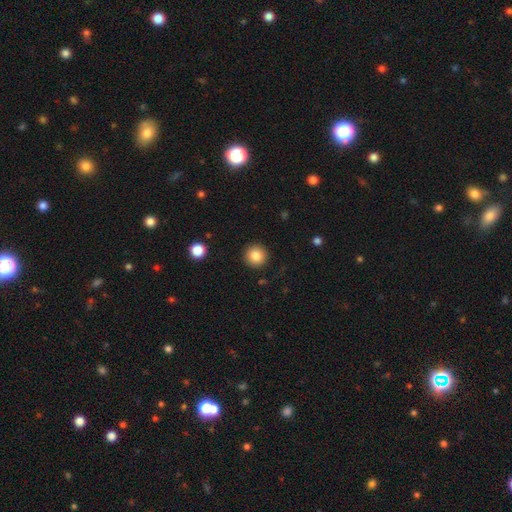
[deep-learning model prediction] Smooth or featured? Predicted: smooth (p=0.84). How rounded? Predicted: round (p=0.95). Merging? Predicted: none (p=0.92).